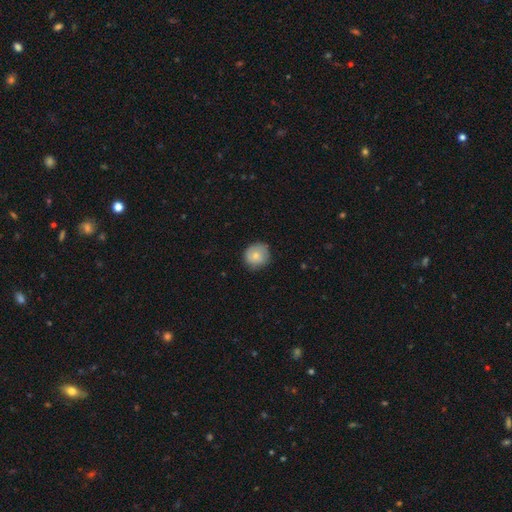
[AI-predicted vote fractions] smooth_or_featured: smooth (p=0.78) [alt: featured or disk p=0.14]
how_rounded: round (p=0.90) [alt: in between p=0.09]
merging: none (p=0.79) [alt: minor disturbance p=0.17]